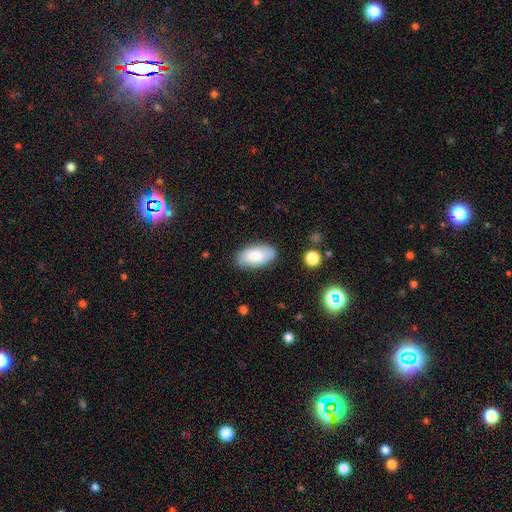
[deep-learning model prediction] Smooth or featured?
  - smooth: 73% *
  - featured or disk: 20%
  - star or artifact: 7%
How rounded?
  - in between: 95% *
  - round: 3%
  - cigar-shaped: 2%
Merging?
  - none: 82% *
  - minor disturbance: 14%
  - major disturbance: 3%
  - merger: 2%